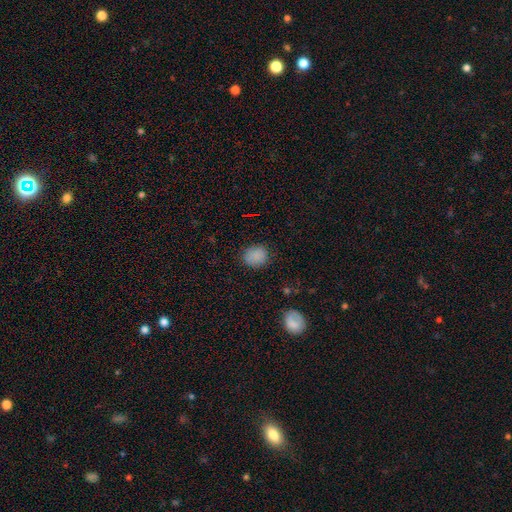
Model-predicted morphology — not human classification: smooth_or_featured: smooth (p=0.85) [alt: star or artifact p=0.11]
how_rounded: round (p=0.69) [alt: in between p=0.30]
merging: none (p=0.84) [alt: minor disturbance p=0.12]